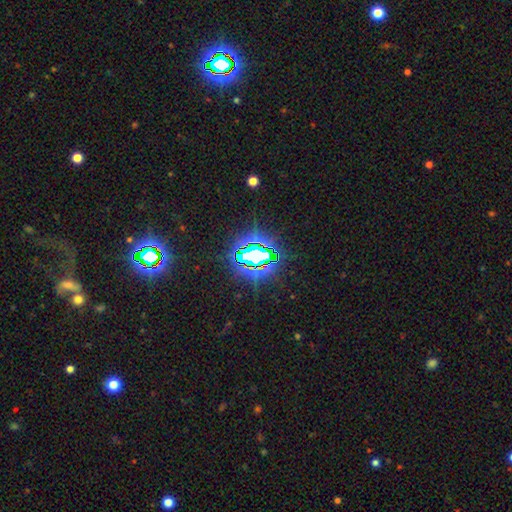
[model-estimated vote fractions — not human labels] star or artifact 79%, smooth 11%, featured or disk 10%.